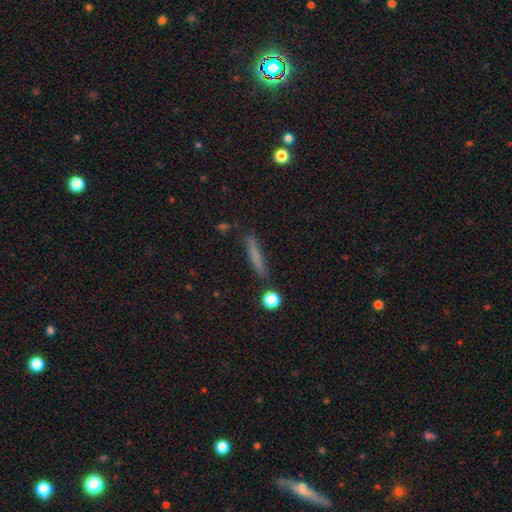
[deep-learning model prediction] Overall: smooth (71%). How rounded: cigar-shaped (92%). Merging: none (83%).